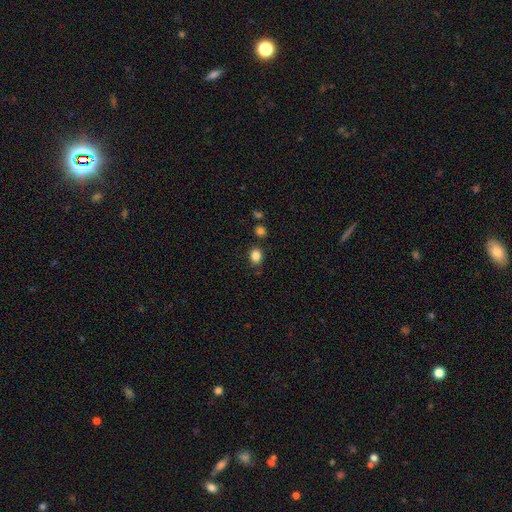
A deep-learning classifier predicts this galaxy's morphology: Q: Smooth or featured?
A: smooth (84%); runner-up: star or artifact (11%)
Q: How rounded?
A: round (51%); runner-up: in between (48%)
Q: Merging?
A: none (81%); runner-up: minor disturbance (11%)